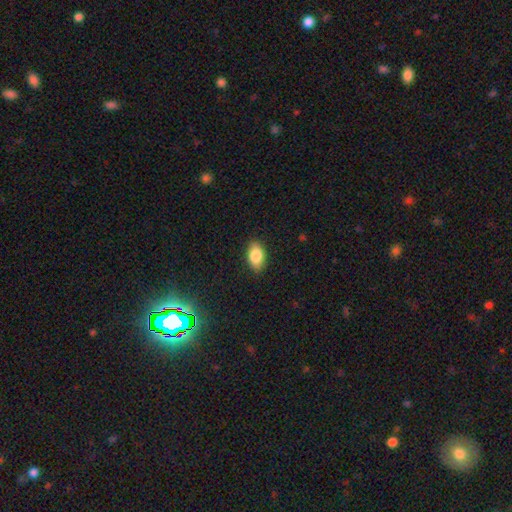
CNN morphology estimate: smooth_or_featured: smooth (p=0.84) [alt: featured or disk p=0.08]
how_rounded: in between (p=0.91) [alt: round p=0.07]
merging: none (p=0.87) [alt: minor disturbance p=0.10]